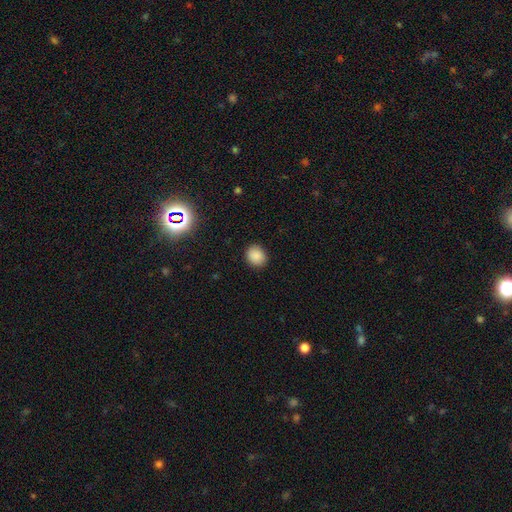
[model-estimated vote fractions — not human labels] smooth 87%, star or artifact 10%, featured or disk 3%. Down the decision tree: how rounded — round (70%); merging — none (89%).